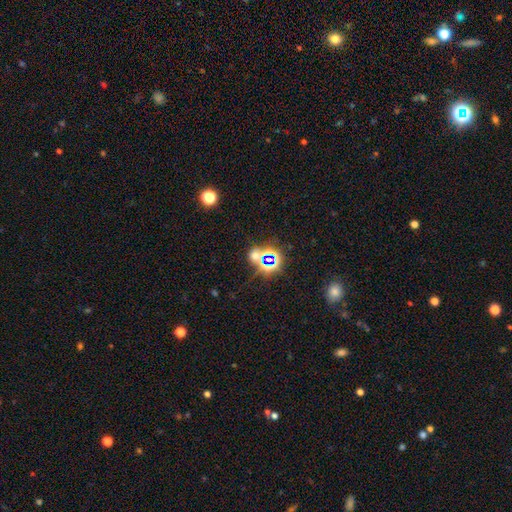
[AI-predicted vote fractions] Morphology: type=star or artifact (56%).